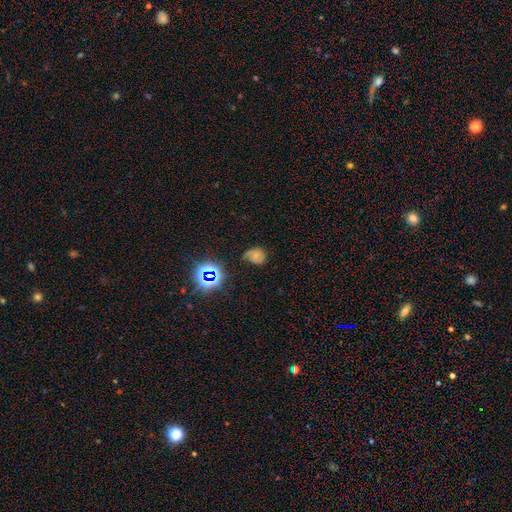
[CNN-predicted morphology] Smooth or featured: smooth — 49% (featured or disk — 28%)
Merging: none — 47% (minor disturbance — 32%)